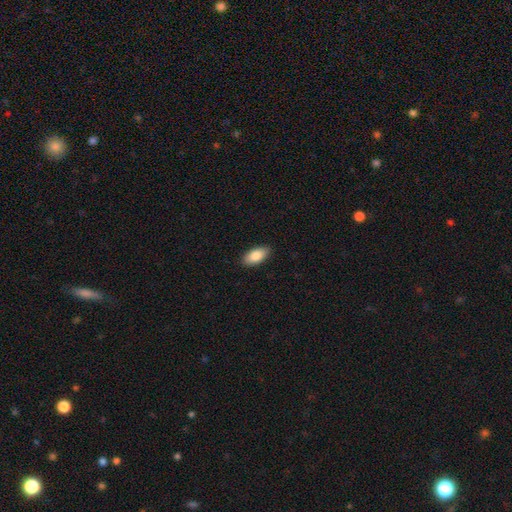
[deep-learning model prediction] smooth 85%, featured or disk 8%, star or artifact 6%. Down the decision tree: how rounded — in between (92%); merging — none (89%).